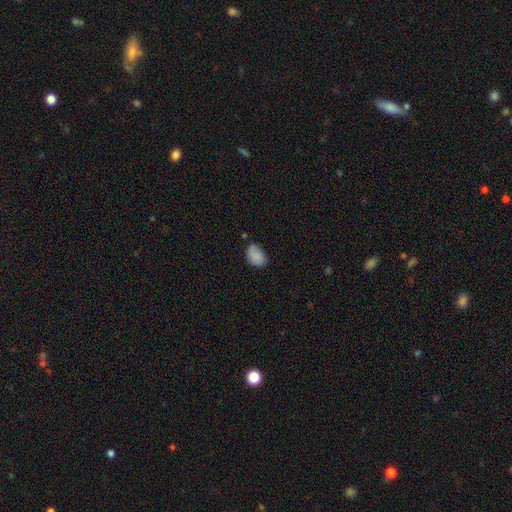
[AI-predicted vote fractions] Overall: smooth (82%). How rounded: in between (80%). Merging: none (61%; minor disturbance 29%).